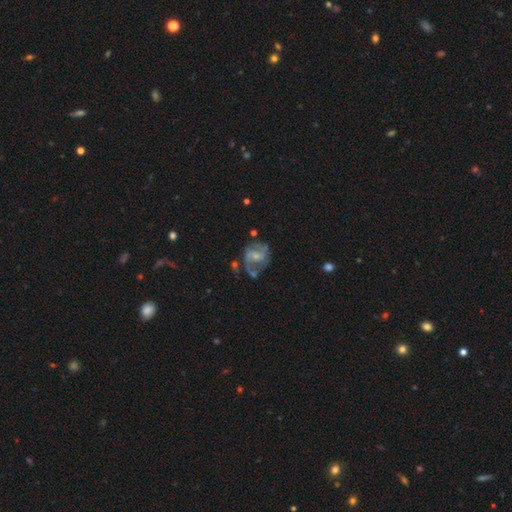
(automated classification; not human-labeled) A featured or disk galaxy (77%) with no bar (48%), 2 (66%) medium (50%) spiral arms (88%) and a small central bulge (53%).

Vote fractions:
- Smooth or featured? featured or disk: 77% / smooth: 16% / star or artifact: 7%
- Edge-on disk? no: 98% / yes: 2%
- Bar? no: 48% / weak: 42% / strong: 10%
- Spiral arms? yes: 88% / no: 12%
- Spiral winding? medium: 50% / loose: 25% / tight: 25%
- Spiral arm count? 2: 66% / can't tell: 14% / 3: 8% / 1: 7% / 4: 2% / more than 4: 2%
- Bulge size? small: 53% / moderate: 34% / none: 9% / large: 3% / dominant: 1%
- Merging? none: 50% / minor disturbance: 22% / major disturbance: 21% / merger: 7%